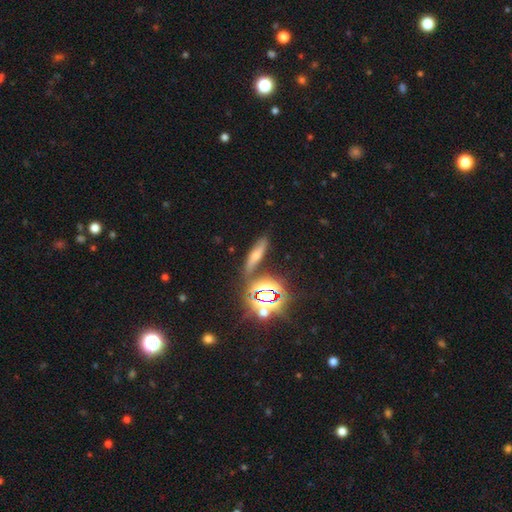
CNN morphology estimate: A star or artifact, not a galaxy (39%).